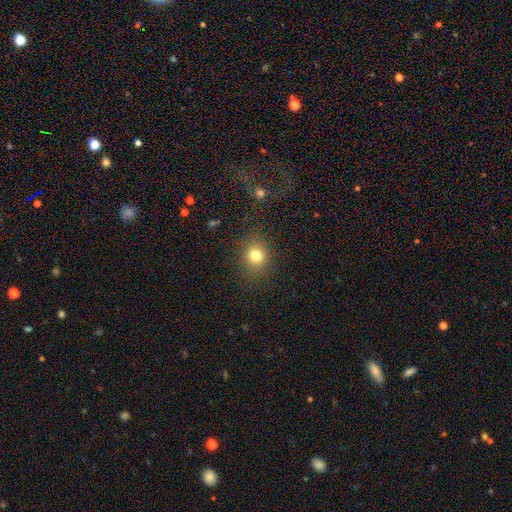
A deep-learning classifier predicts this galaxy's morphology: Smooth or featured?
  - smooth: 78% *
  - star or artifact: 14%
  - featured or disk: 7%
How rounded?
  - round: 76% *
  - in between: 23%
  - cigar-shaped: 1%
Merging?
  - none: 86% *
  - minor disturbance: 8%
  - major disturbance: 4%
  - merger: 2%